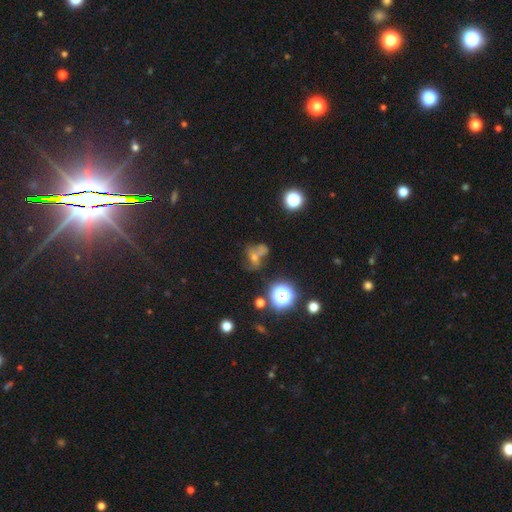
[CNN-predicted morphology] A smooth galaxy with no disk features (39%).

Vote fractions:
- Smooth or featured? smooth: 39% / star or artifact: 32% / featured or disk: 29%
- Merging? none: 34% / merger: 28% / major disturbance: 23% / minor disturbance: 15%